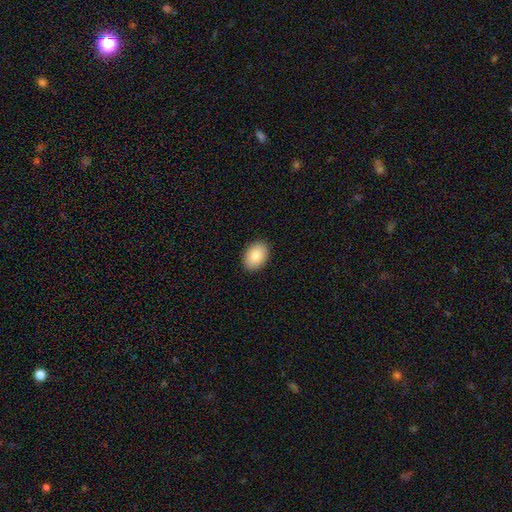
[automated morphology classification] smooth-or-featured: smooth: 86% | featured or disk: 8% | star or artifact: 7%
  how-rounded: in between: 82% | round: 17% | cigar-shaped: 1%
  merging: none: 90% | minor disturbance: 7% | major disturbance: 2% | merger: 1%